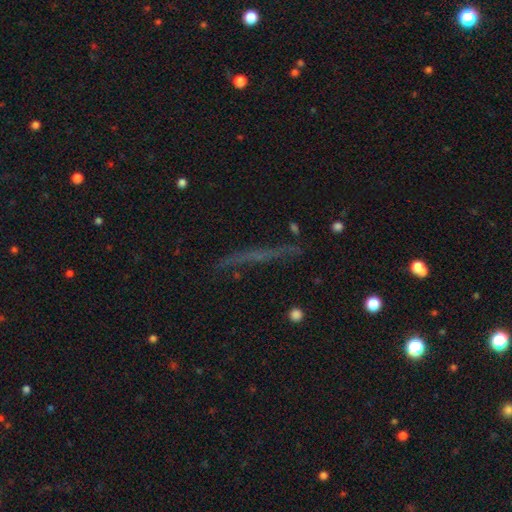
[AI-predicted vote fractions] A featured or disk galaxy (43%).

Vote fractions:
- Smooth or featured? featured or disk: 43% / smooth: 35% / star or artifact: 21%
- Merging? none: 74% / minor disturbance: 16% / major disturbance: 7% / merger: 4%